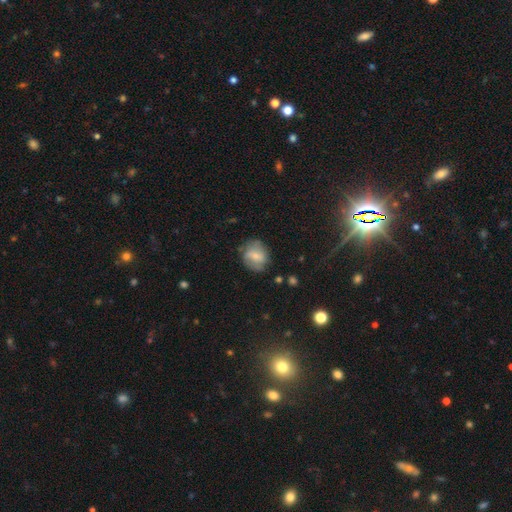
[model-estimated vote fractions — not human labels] Q: Smooth or featured?
A: smooth (59%); runner-up: featured or disk (33%)
Q: How rounded?
A: round (70%); runner-up: in between (29%)
Q: Merging?
A: none (68%); runner-up: minor disturbance (22%)